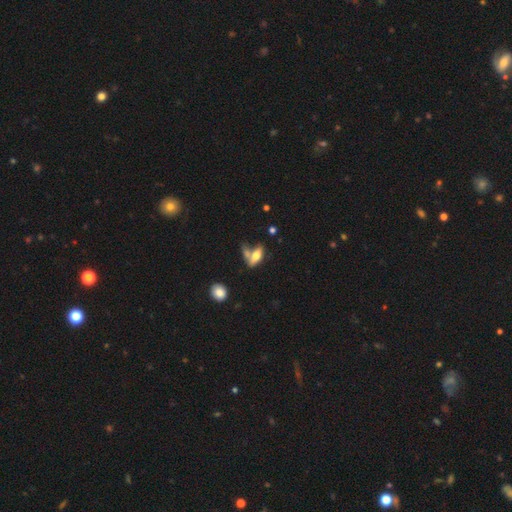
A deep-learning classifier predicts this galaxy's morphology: smooth_or_featured: smooth (p=0.62) [alt: featured or disk p=0.28]
how_rounded: in between (p=0.72) [alt: cigar-shaped p=0.23]
merging: none (p=0.38) [alt: merger p=0.34]